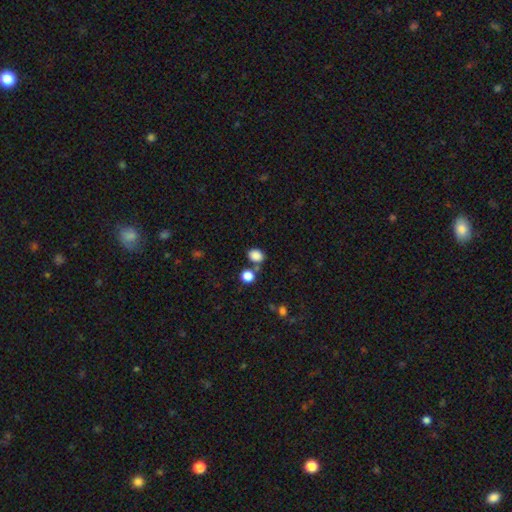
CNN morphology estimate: A smooth galaxy with no disk features (85%) that is in between round and cigar-shaped (52%). Merging: none (68%).